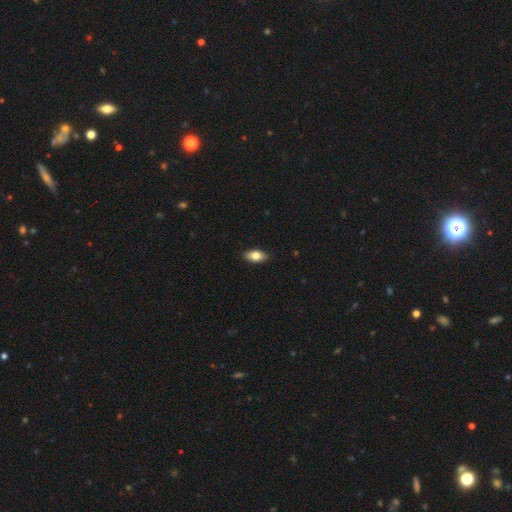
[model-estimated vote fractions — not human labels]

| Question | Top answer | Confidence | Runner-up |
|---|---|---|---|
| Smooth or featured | smooth | 79% | featured or disk (14%) |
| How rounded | in between | 90% | cigar-shaped (6%) |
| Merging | none | 88% | minor disturbance (9%) |